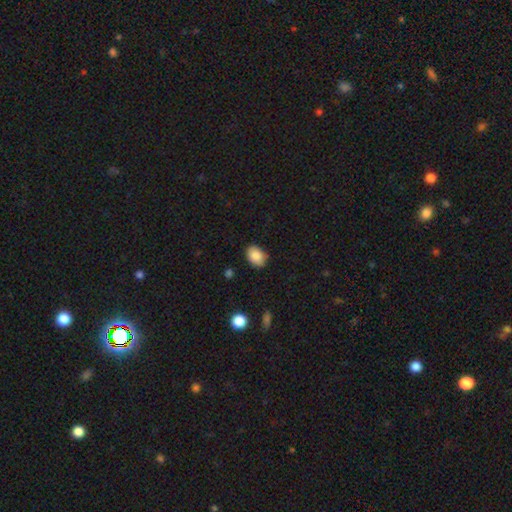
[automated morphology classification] Smooth or featured: smooth — 86% (star or artifact — 8%)
How rounded: in between — 77% (round — 22%)
Merging: none — 86% (minor disturbance — 11%)